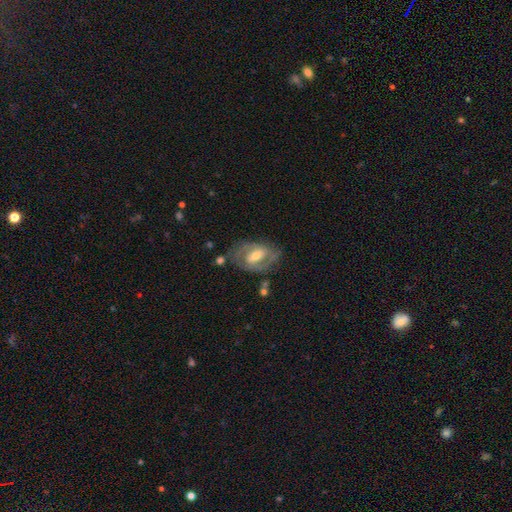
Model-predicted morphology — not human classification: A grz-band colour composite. It shows a featured or disk galaxy (73%) with a weak bar (42%), spiral arms (72%) and a moderate central bulge (60%). Merging: none (67%).